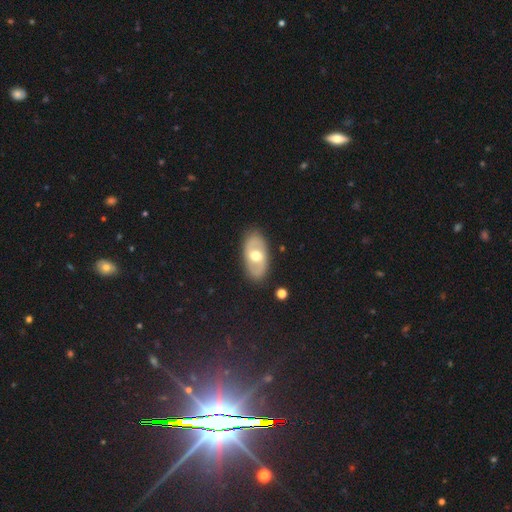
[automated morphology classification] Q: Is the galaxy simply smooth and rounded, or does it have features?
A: featured or disk — 54%.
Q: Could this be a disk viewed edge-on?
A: no — 90%.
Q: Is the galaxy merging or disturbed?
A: none — 85%.